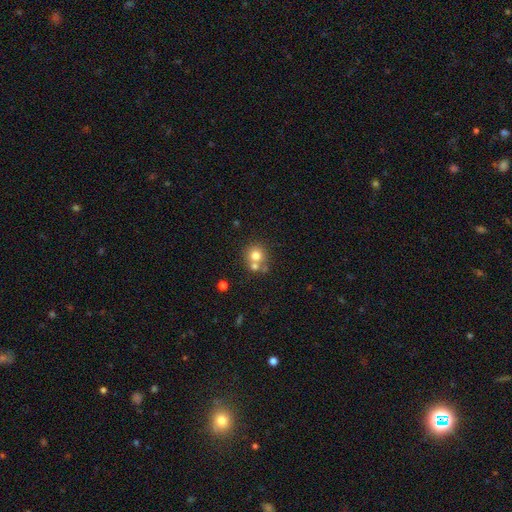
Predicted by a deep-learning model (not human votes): Overall: smooth (74%). How rounded: round (88%). Merging: none (53%; merger 35%).